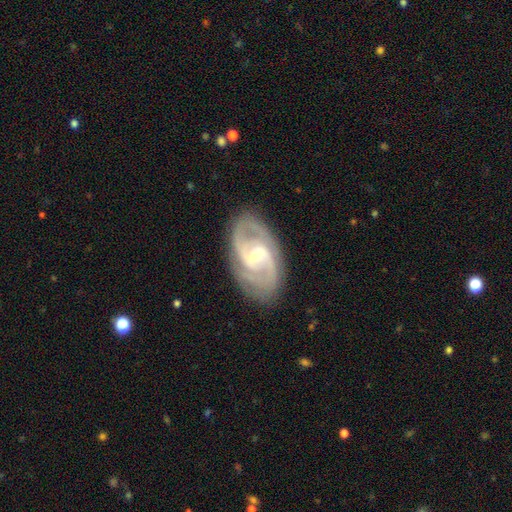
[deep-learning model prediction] Overall: featured or disk (88%). Edge-on disk: no (96%). Bar: weak (53%; no 26%). Spiral arms: yes (97%). Spiral arm count: 2 (66%). Spiral winding: medium (50%; tight 39%). Bulge size: small (58%; moderate 38%). Merging: none (81%).